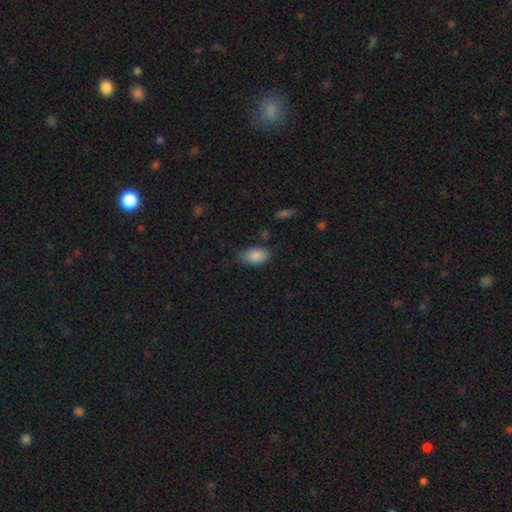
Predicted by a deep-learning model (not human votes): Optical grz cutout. It shows a smooth galaxy with no disk features (87%) that is in between round and cigar-shaped (90%). Merging: none (72%).